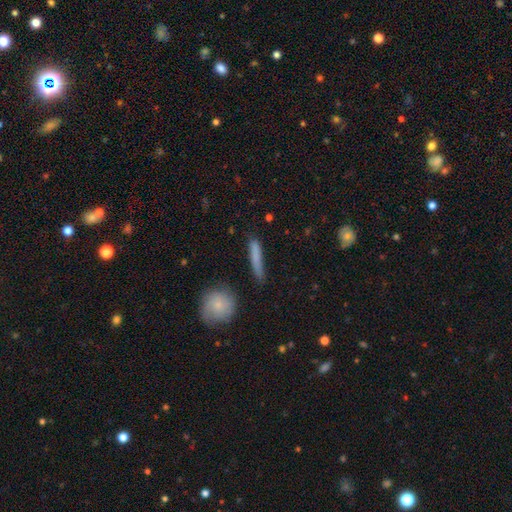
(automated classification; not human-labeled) A smooth galaxy with no disk features (73%) that is cigar-shaped (91%).

Vote fractions:
- Smooth or featured? smooth: 73% / featured or disk: 19% / star or artifact: 8%
- How rounded? cigar-shaped: 91% / in between: 7% / round: 3%
- Merging? none: 77% / minor disturbance: 16% / major disturbance: 4% / merger: 3%